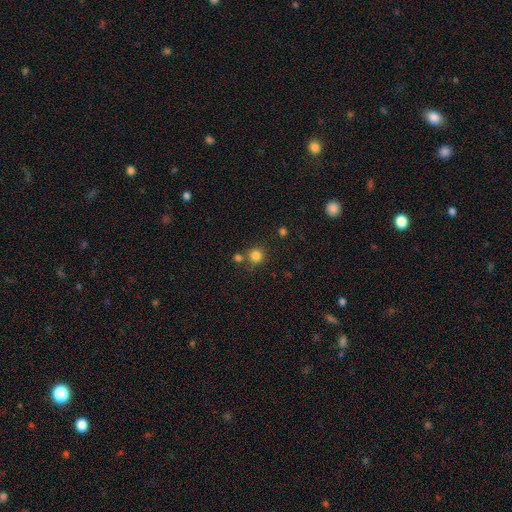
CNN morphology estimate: smooth-or-featured: smooth: 82% | star or artifact: 13% | featured or disk: 5%
  how-rounded: round: 92% | in between: 7% | cigar-shaped: 1%
  merging: none: 71% | merger: 17% | minor disturbance: 9% | major disturbance: 3%